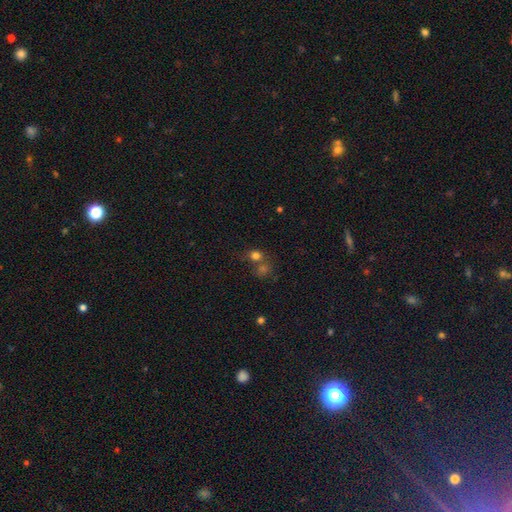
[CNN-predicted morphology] Q: Smooth or featured?
A: smooth (73%); runner-up: star or artifact (18%)
Q: How rounded?
A: round (75%); runner-up: in between (24%)
Q: Merging?
A: none (46%); runner-up: merger (40%)